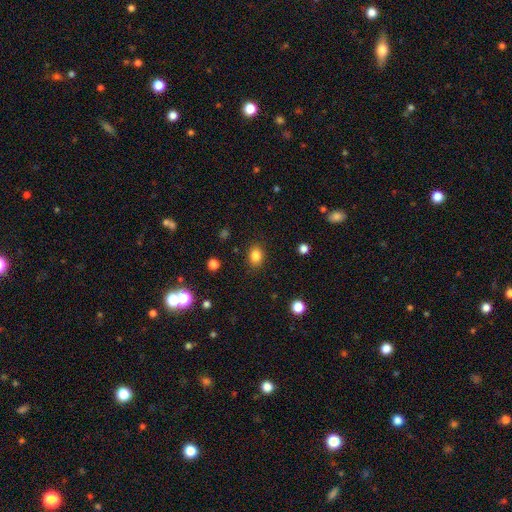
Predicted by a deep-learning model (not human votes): Q: Smooth or featured?
A: smooth (84%); runner-up: star or artifact (11%)
Q: How rounded?
A: in between (56%); runner-up: round (43%)
Q: Merging?
A: none (87%); runner-up: minor disturbance (9%)